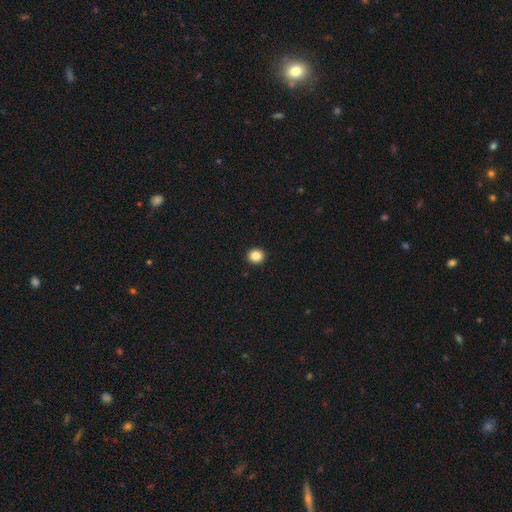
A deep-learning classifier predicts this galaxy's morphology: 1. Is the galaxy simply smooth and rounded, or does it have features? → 86% smooth, 10% star or artifact, 4% featured or disk.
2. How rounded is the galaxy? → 86% round, 13% in between, 1% cigar-shaped.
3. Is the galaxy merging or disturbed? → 94% none, 4% minor disturbance, 1% major disturbance, 1% merger.